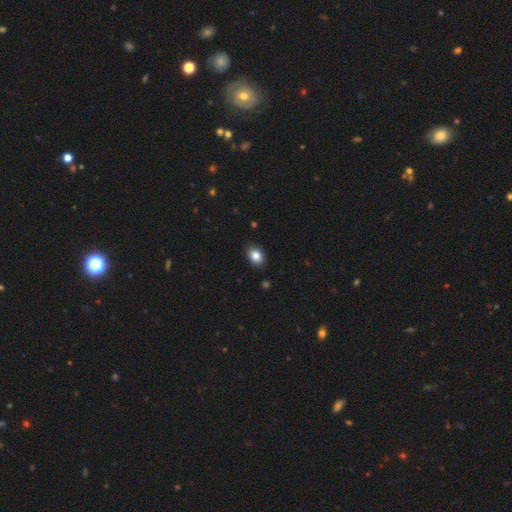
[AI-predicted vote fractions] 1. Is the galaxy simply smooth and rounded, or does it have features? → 86% smooth, 9% star or artifact, 5% featured or disk.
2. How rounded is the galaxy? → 73% in between, 26% round, 1% cigar-shaped.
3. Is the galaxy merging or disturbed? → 88% none, 9% minor disturbance, 2% major disturbance, 1% merger.